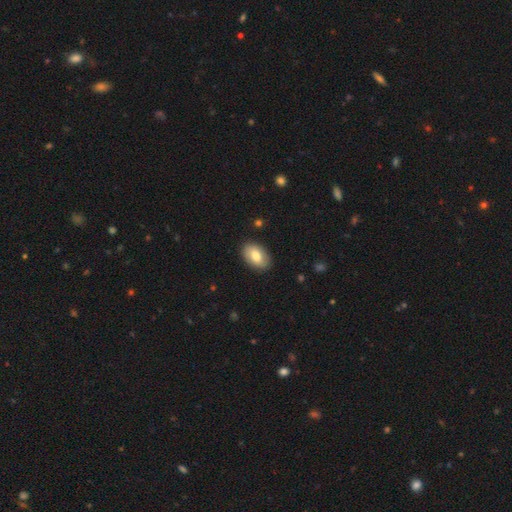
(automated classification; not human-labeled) A smooth galaxy with no disk features (76%) that is in between round and cigar-shaped (92%).

Vote fractions:
- Smooth or featured? smooth: 76% / featured or disk: 18% / star or artifact: 6%
- How rounded? in between: 92% / round: 7% / cigar-shaped: 1%
- Merging? none: 87% / minor disturbance: 10% / major disturbance: 2% / merger: 1%